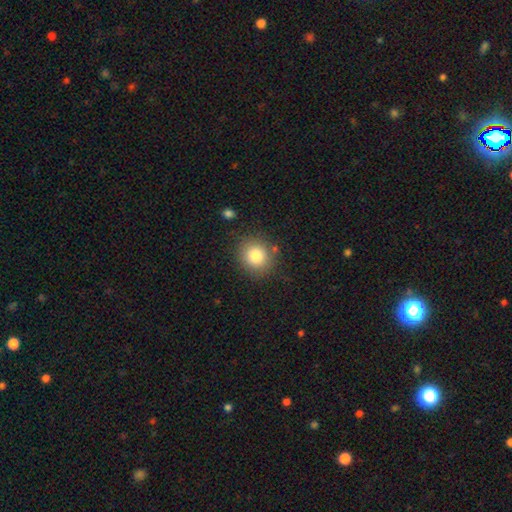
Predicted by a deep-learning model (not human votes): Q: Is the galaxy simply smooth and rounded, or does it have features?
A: smooth — 82%.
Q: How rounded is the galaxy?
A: round — 86%.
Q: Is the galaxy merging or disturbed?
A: none — 85%.